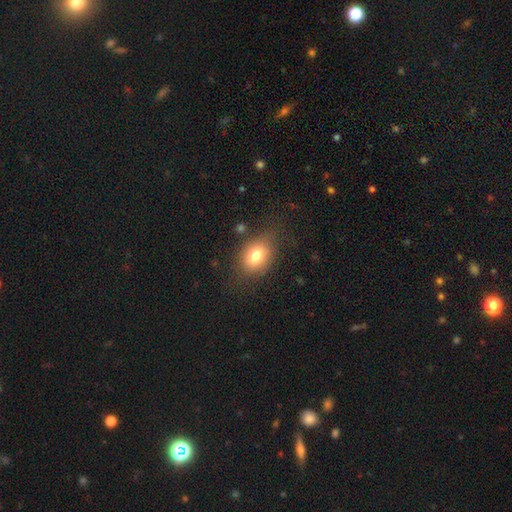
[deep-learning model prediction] This is likely a smooth galaxy (77%). How rounded: likely in between (64%). Merging: likely none (74%).